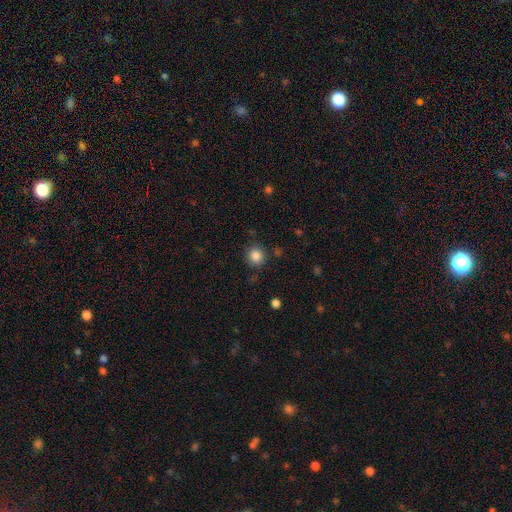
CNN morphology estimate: Smooth or featured? Predicted: smooth (p=0.85). How rounded? Predicted: round (p=0.93). Merging? Predicted: none (p=0.85).